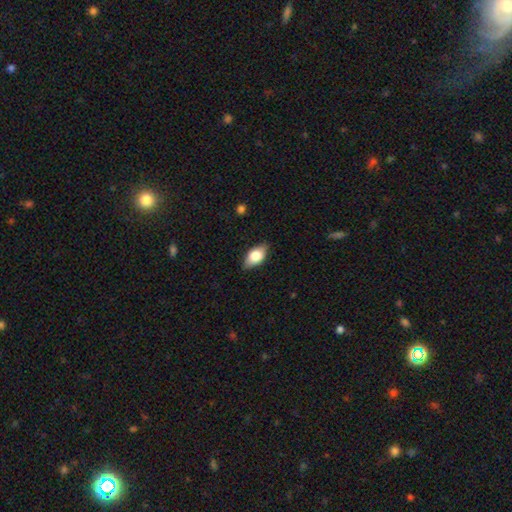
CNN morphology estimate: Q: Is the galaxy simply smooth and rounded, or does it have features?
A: smooth — 69%.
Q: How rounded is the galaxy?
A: in between — 88%.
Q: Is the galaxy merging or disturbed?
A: none — 83%.